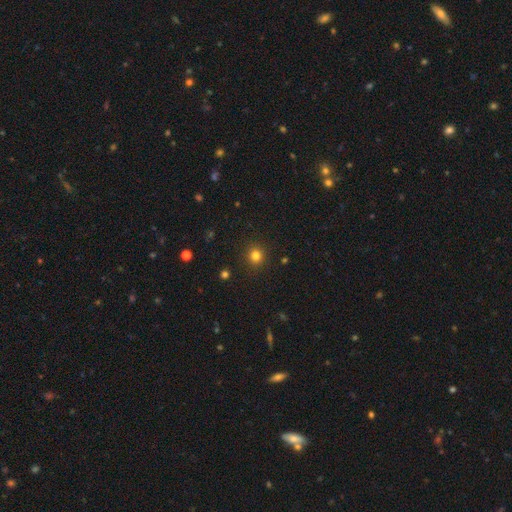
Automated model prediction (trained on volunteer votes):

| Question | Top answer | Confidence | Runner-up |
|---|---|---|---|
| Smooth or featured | smooth | 80% | star or artifact (14%) |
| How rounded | round | 91% | in between (8%) |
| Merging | none | 91% | minor disturbance (5%) |